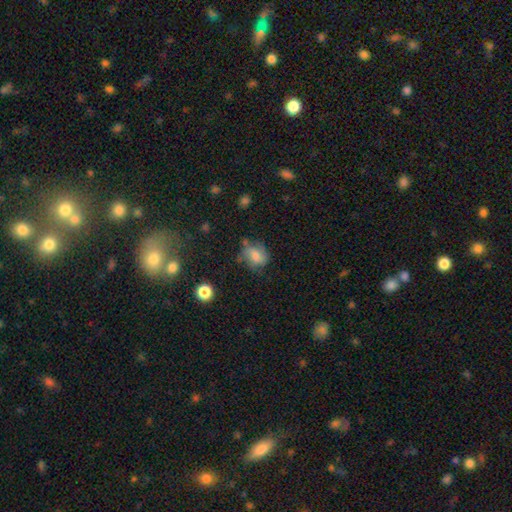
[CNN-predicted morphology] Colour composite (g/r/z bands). It shows a smooth galaxy with no disk features (58%) that is in between round and cigar-shaped (52%). Merging: none (50%).